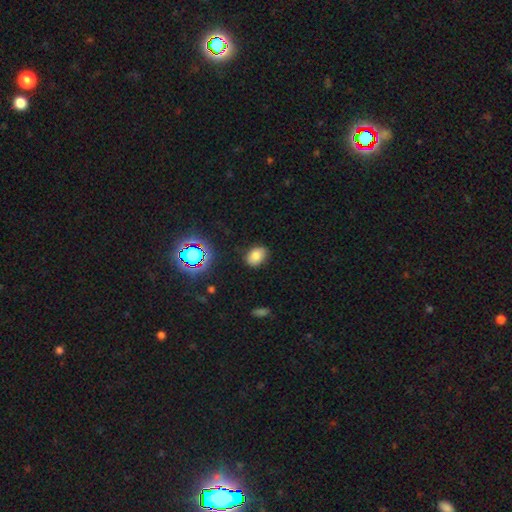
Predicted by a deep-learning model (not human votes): Smooth or featured? Predicted: smooth (p=0.79). How rounded? Predicted: in between (p=0.77). Merging? Predicted: none (p=0.82).